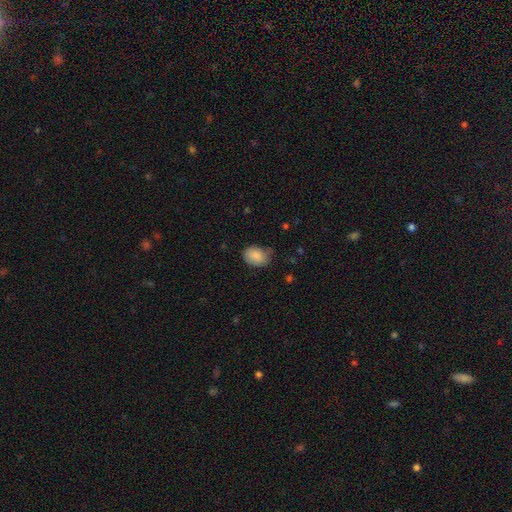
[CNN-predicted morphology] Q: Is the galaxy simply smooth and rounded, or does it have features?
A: smooth — 87%.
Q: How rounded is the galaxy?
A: in between — 72%.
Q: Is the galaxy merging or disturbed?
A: none — 66%.